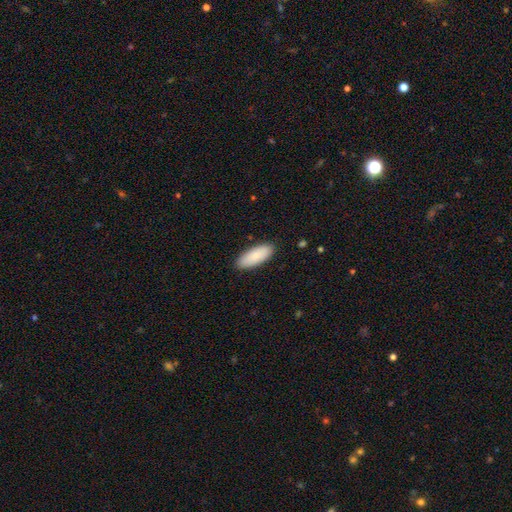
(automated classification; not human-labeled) Morphology: type=smooth (87%); roundness=in between (76%); merging=none (89%).